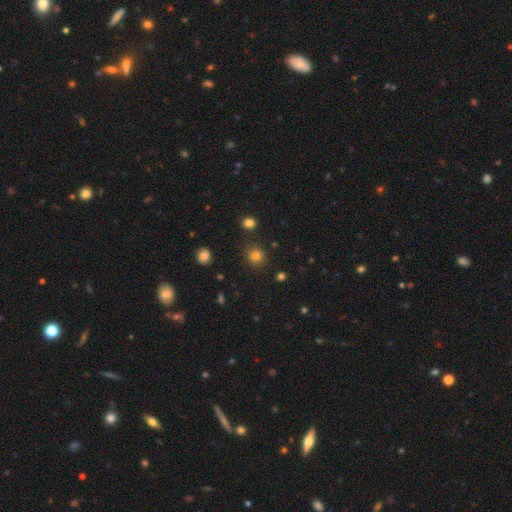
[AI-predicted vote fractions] This is clearly a smooth galaxy (81%). How rounded: clearly round (87%). Merging: clearly none (87%).